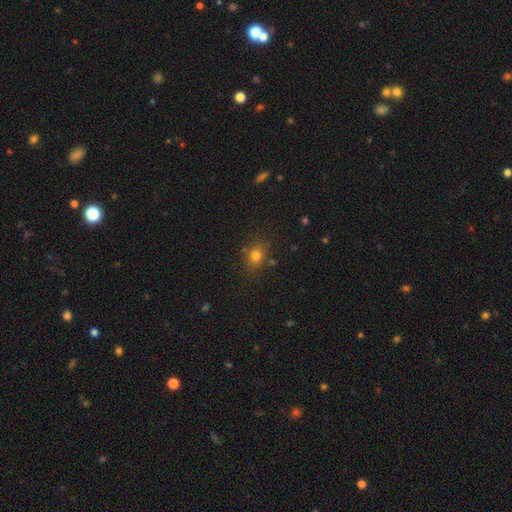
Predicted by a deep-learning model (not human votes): A smooth galaxy with no disk features (77%) that is round (52%). Merging: none (80%).